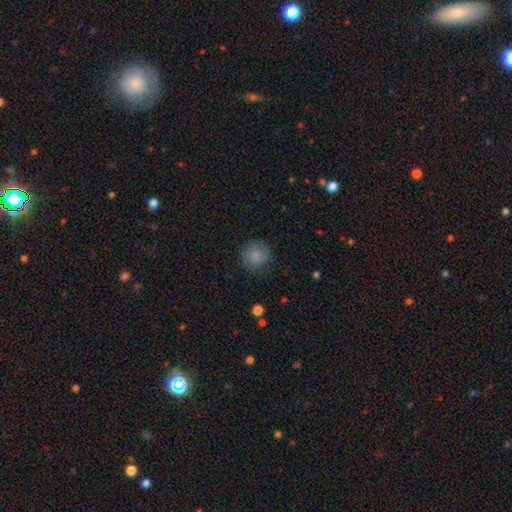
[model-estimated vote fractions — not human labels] This is clearly a smooth galaxy (86%). How rounded: clearly round (91%). Merging: clearly none (82%).